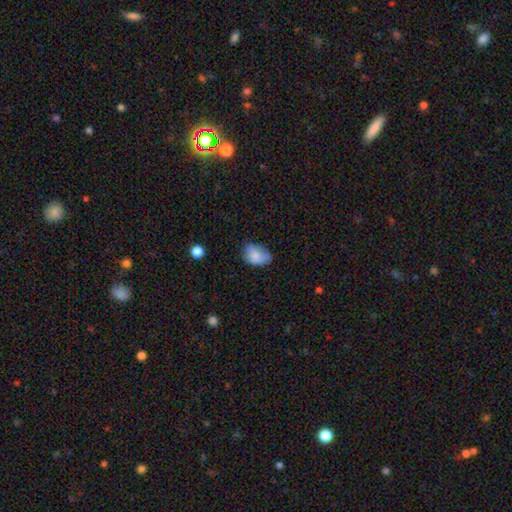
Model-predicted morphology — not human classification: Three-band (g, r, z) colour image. It shows a smooth galaxy with no disk features (84%) that is in between round and cigar-shaped (82%). Merging: none (58%).